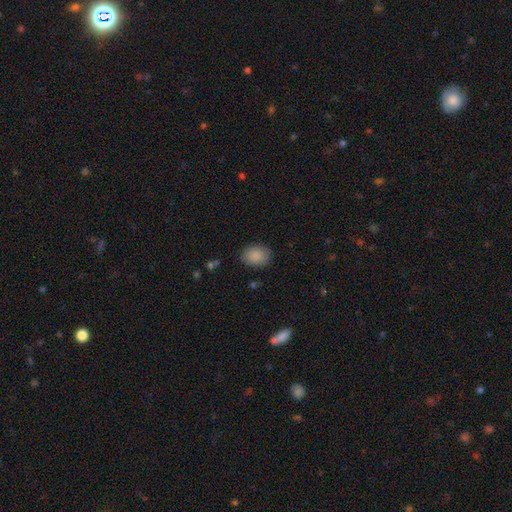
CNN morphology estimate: smooth_or_featured: smooth (p=0.88) [alt: star or artifact p=0.07]
how_rounded: in between (p=0.66) [alt: round p=0.33]
merging: none (p=0.86) [alt: minor disturbance p=0.10]